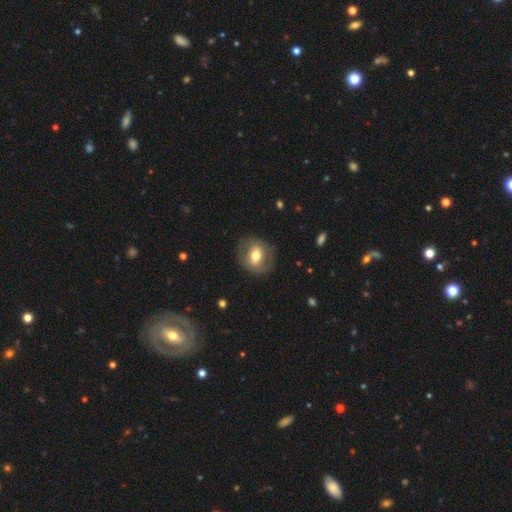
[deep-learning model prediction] Morphology: type=smooth (52%); roundness=round (61%); merging=none (81%).